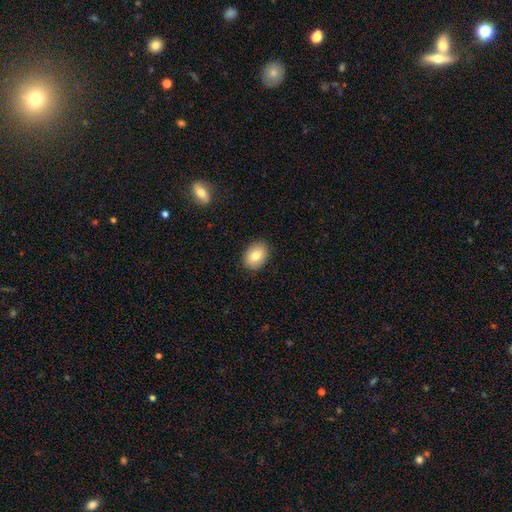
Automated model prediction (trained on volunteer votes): Morphology: type=smooth (80%); roundness=in between (71%); merging=none (89%).